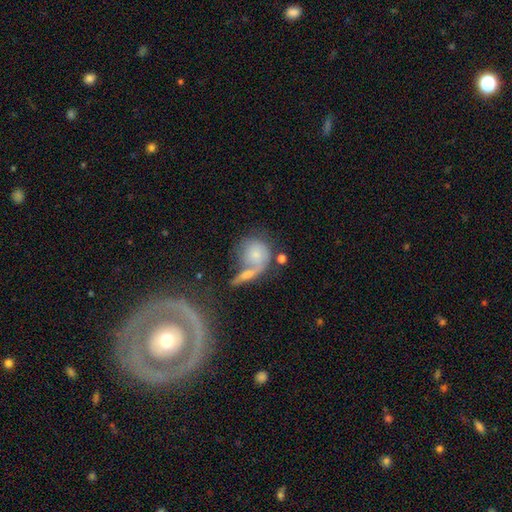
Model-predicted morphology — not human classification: Overall: smooth (59%; featured or disk 31%). How rounded: round (69%). Merging: merger (43%; none 31%).